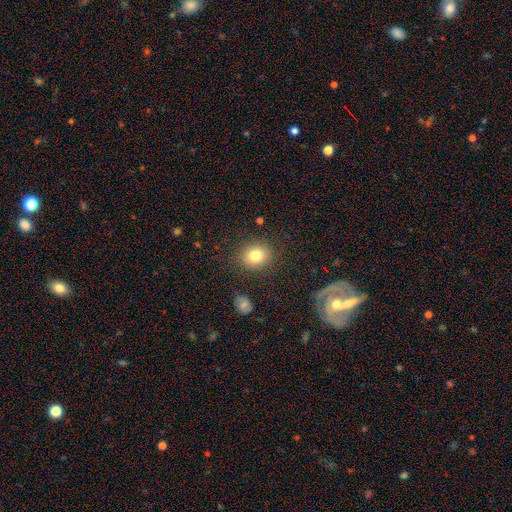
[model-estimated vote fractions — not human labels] Smooth or featured?
  - smooth: 80% *
  - star or artifact: 11%
  - featured or disk: 9%
How rounded?
  - round: 69% *
  - in between: 30%
  - cigar-shaped: 1%
Merging?
  - none: 86% *
  - minor disturbance: 9%
  - major disturbance: 3%
  - merger: 2%